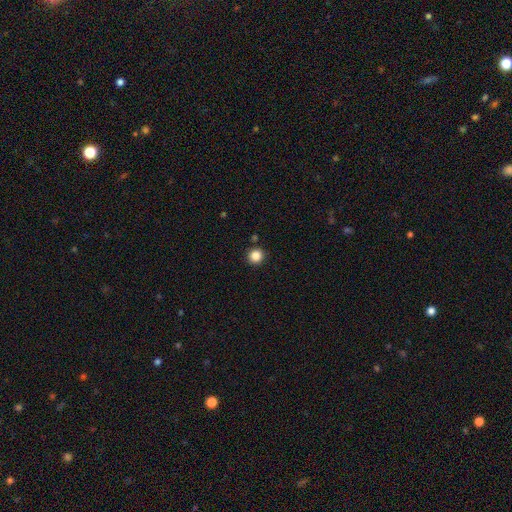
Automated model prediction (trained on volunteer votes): A smooth galaxy with no disk features (85%) that is round (94%).

Vote fractions:
- Smooth or featured? smooth: 85% / star or artifact: 11% / featured or disk: 4%
- How rounded? round: 94% / in between: 5% / cigar-shaped: 1%
- Merging? none: 91% / minor disturbance: 5% / merger: 2% / major disturbance: 2%